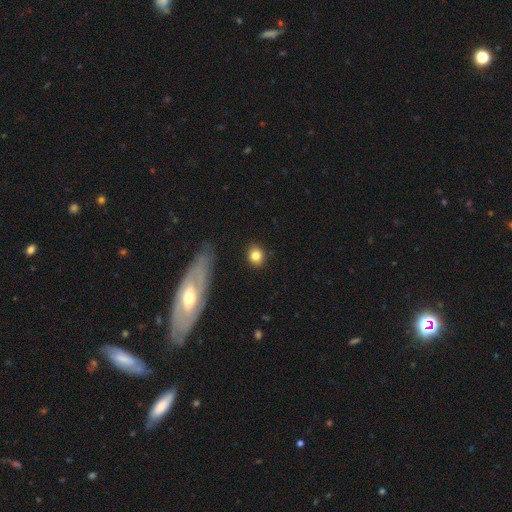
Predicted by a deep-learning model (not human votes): Smooth or featured?
  - smooth: 81% *
  - featured or disk: 9%
  - star or artifact: 9%
How rounded?
  - round: 71% *
  - in between: 28%
  - cigar-shaped: 2%
Merging?
  - none: 88% *
  - minor disturbance: 8%
  - major disturbance: 2%
  - merger: 2%